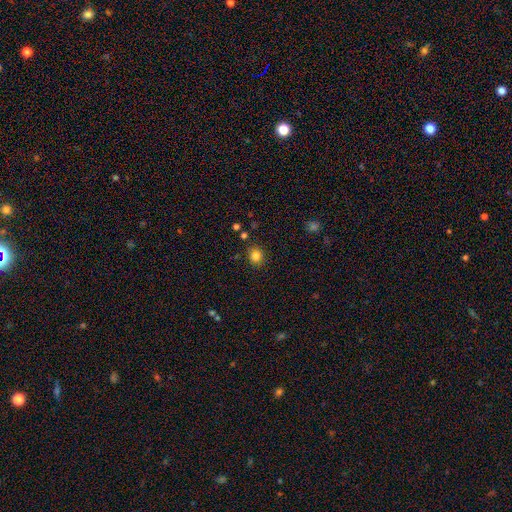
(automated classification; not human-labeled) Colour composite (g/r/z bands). It shows a smooth galaxy with no disk features (82%) that is round (80%). Merging: none (88%).